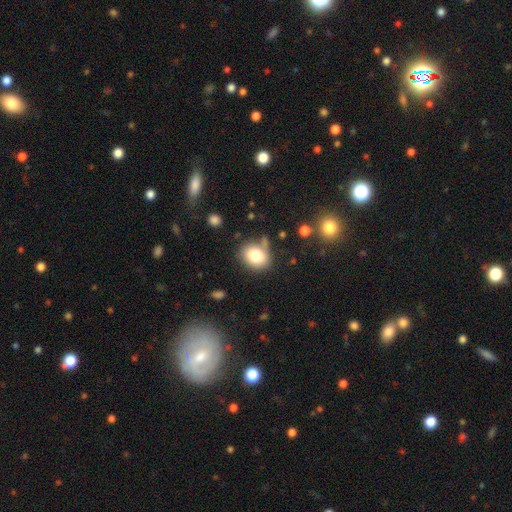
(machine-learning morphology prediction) The model was most divided on "how rounded": round: 51%, in between: 48%, cigar-shaped: 1%. More confident: smooth or featured — smooth (80%); merging — none (67%).